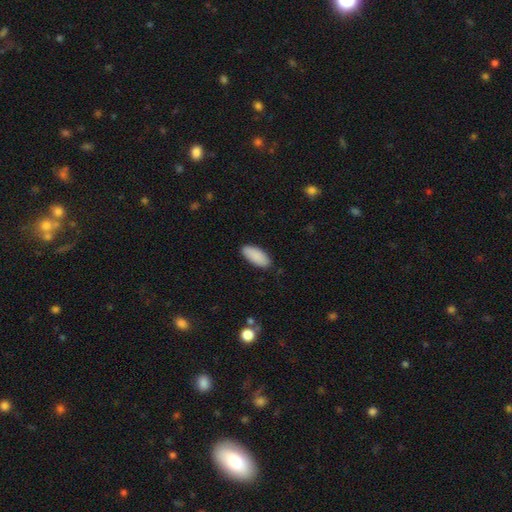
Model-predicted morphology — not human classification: This is clearly a smooth galaxy (89%). How rounded: clearly in between (86%). Merging: clearly none (86%).